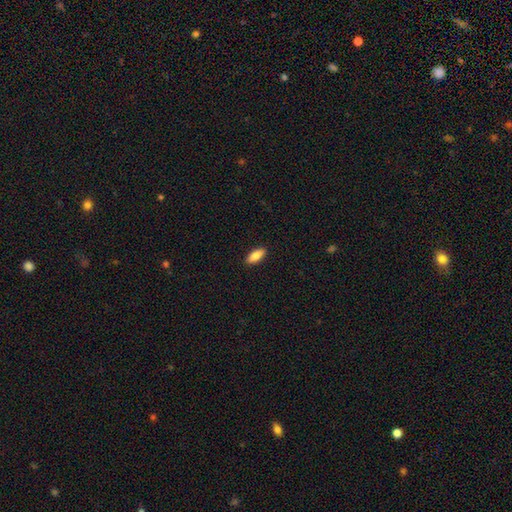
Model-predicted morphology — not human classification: smooth 84%, featured or disk 10%, star or artifact 6%. Down the decision tree: how rounded — in between (77%); merging — none (90%).